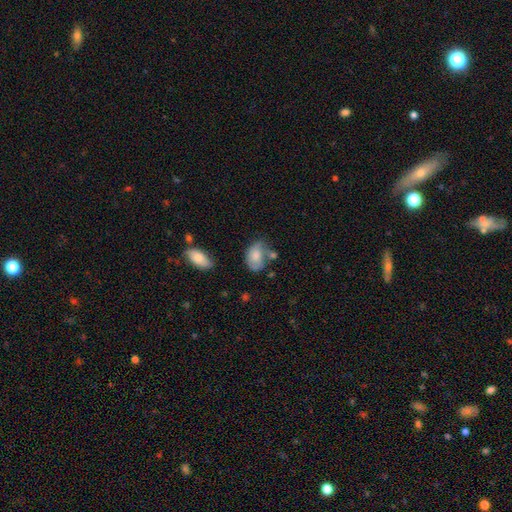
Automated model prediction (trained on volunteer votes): Smooth or featured?
  - smooth: 70% *
  - featured or disk: 23%
  - star or artifact: 7%
How rounded?
  - in between: 85% *
  - round: 14%
  - cigar-shaped: 1%
Merging?
  - none: 38% *
  - minor disturbance: 32%
  - major disturbance: 16%
  - merger: 14%